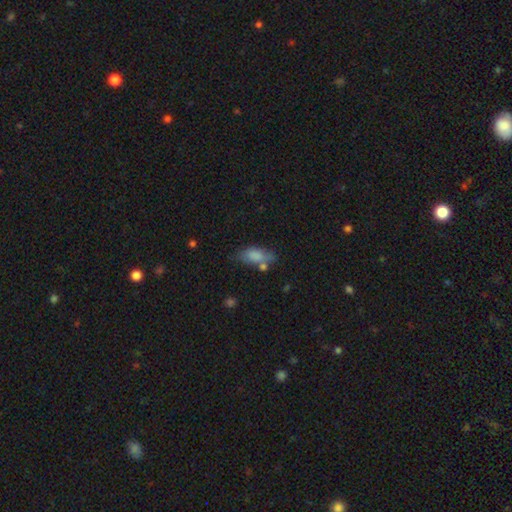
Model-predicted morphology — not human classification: The model was most divided on "merging": none: 53%, minor disturbance: 25%, merger: 14%, major disturbance: 9%. More confident: how rounded — in between (85%); smooth or featured — smooth (78%).